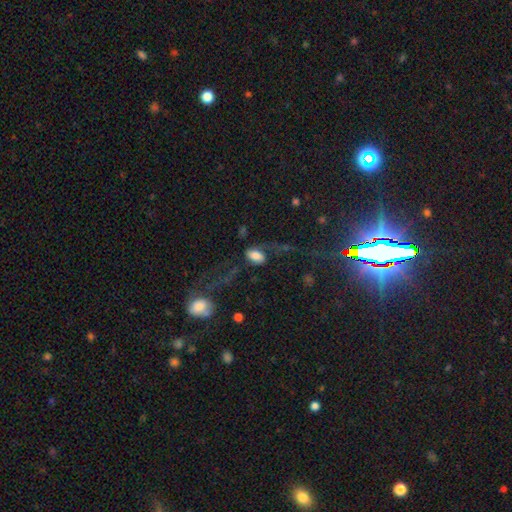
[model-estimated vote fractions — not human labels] The model was most divided on "merging": none: 44%, major disturbance: 31%, minor disturbance: 19%, merger: 6%. More confident: how rounded — in between (91%); smooth or featured — smooth (64%).